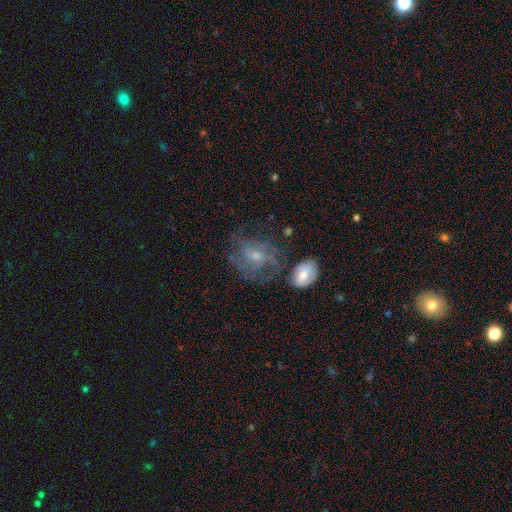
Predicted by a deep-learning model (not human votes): Smooth or featured: featured or disk — 69% (smooth — 21%)
Edge-on disk: no — 97% (yes — 3%)
Bar: no — 57% (weak — 36%)
Spiral arms: yes — 81% (no — 19%)
Spiral winding: medium — 42% (tight — 40%)
Spiral arm count: can't tell — 44% (2 — 19%)
Bulge size: small — 53% (moderate — 37%)
Merging: none — 54% (minor disturbance — 20%)